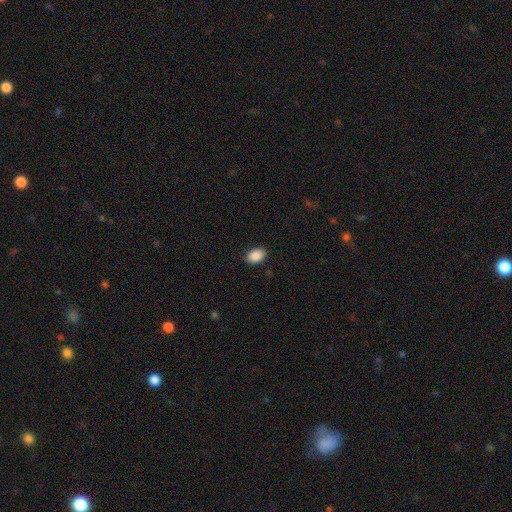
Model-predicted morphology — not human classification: A smooth galaxy with no disk features (89%) that is in between round and cigar-shaped (82%).

Vote fractions:
- Smooth or featured? smooth: 89% / star or artifact: 8% / featured or disk: 3%
- How rounded? in between: 82% / round: 17% / cigar-shaped: 1%
- Merging? none: 89% / minor disturbance: 8% / major disturbance: 2% / merger: 1%